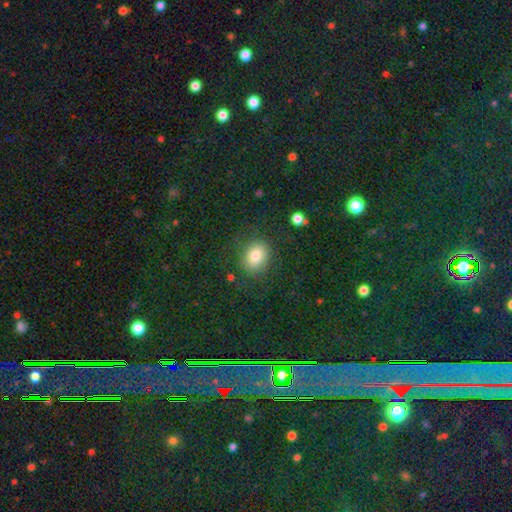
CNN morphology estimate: Smooth or featured?
  - smooth: 78% *
  - star or artifact: 12%
  - featured or disk: 10%
How rounded?
  - round: 52% *
  - in between: 47%
  - cigar-shaped: 1%
Merging?
  - none: 78% *
  - minor disturbance: 13%
  - major disturbance: 7%
  - merger: 2%